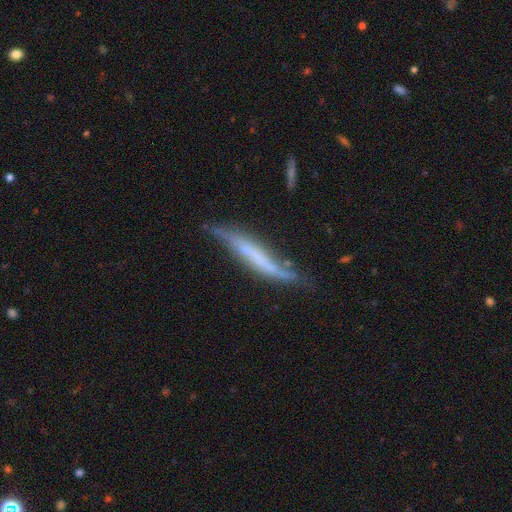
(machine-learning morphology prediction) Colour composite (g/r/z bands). It shows a featured or disk galaxy (58%) viewed edge-on (75%). Merging: none (48%).